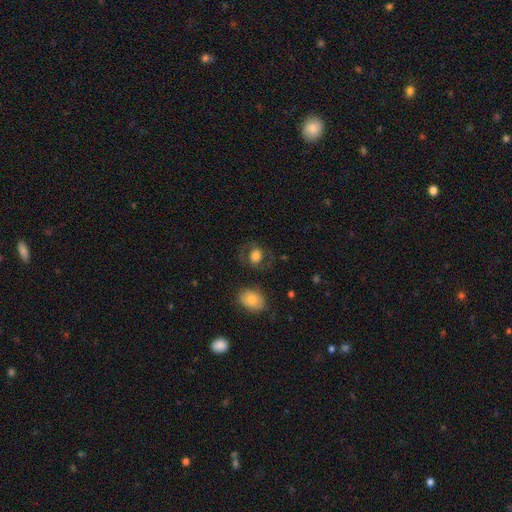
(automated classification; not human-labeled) This is possibly a smooth galaxy (59%). How rounded: possibly round (59%). Merging: likely none (71%).